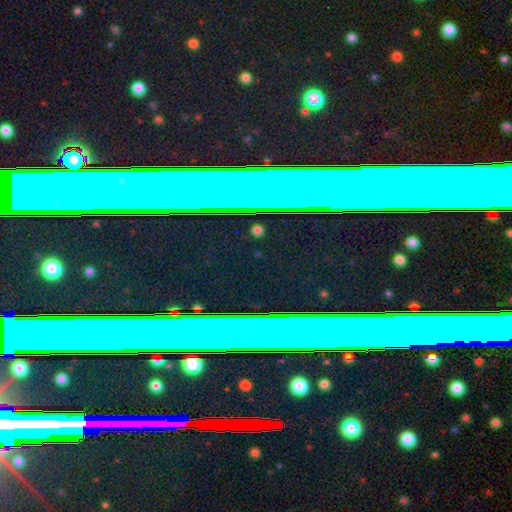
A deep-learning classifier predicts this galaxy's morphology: smooth_or_featured: star or artifact (p=0.76) [alt: featured or disk p=0.16]